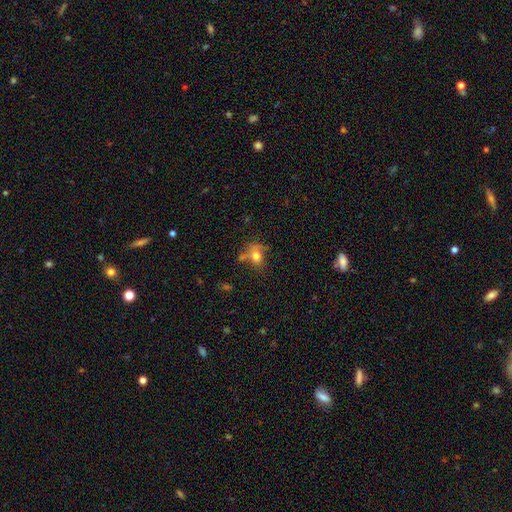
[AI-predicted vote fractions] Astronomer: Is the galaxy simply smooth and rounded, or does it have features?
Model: smooth — 68%.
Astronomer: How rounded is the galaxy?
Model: in between — 52% (runner-up: round, 44%).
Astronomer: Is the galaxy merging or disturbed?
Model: none — 42% (runner-up: minor disturbance, 22%).